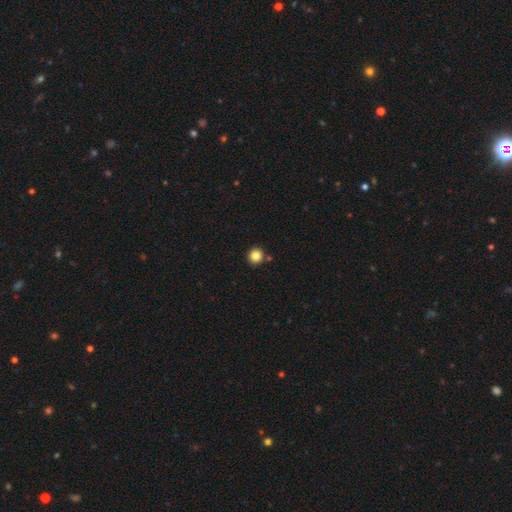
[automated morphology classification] The model was most divided on "smooth or featured": smooth: 84%, star or artifact: 11%, featured or disk: 4%. More confident: how rounded — round (94%); merging — none (87%).